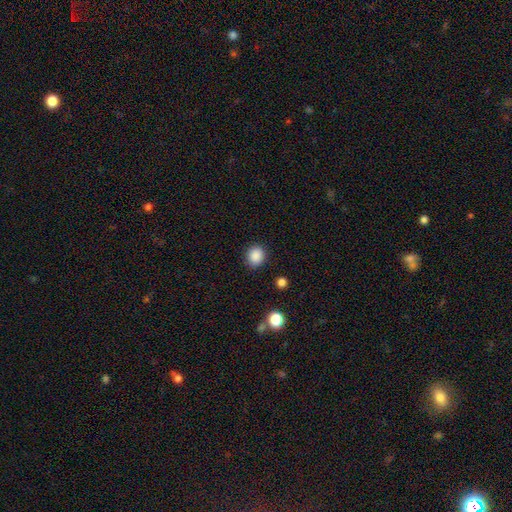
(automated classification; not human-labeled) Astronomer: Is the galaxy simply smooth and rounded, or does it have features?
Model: smooth — 87%.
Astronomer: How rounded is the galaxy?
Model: round — 76%.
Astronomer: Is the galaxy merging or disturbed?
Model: none — 87%.